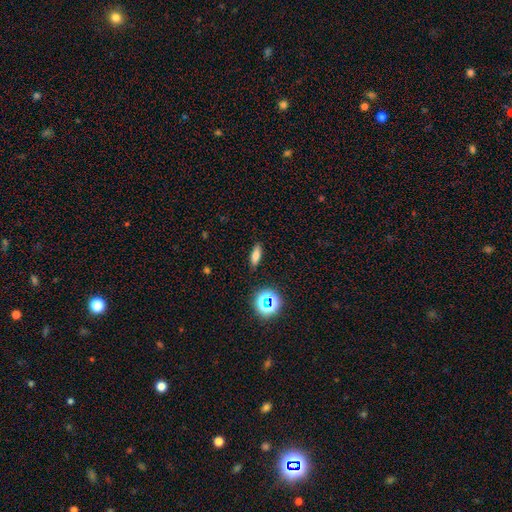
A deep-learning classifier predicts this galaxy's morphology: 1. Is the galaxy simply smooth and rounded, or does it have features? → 73% smooth, 16% star or artifact, 11% featured or disk.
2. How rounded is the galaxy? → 57% in between, 37% cigar-shaped, 6% round.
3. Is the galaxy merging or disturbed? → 87% none, 9% minor disturbance, 3% major disturbance, 2% merger.